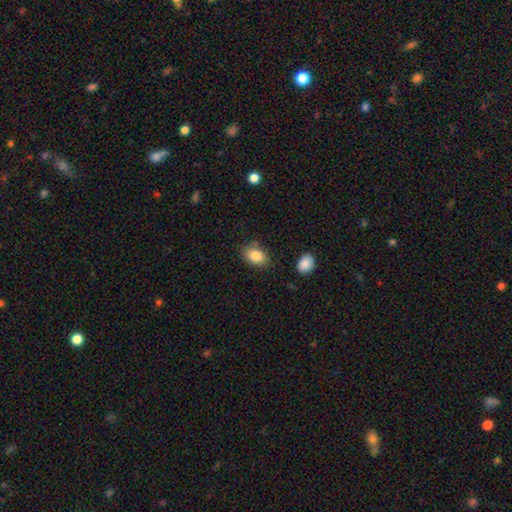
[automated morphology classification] Q: Smooth or featured?
A: smooth (86%); runner-up: star or artifact (7%)
Q: How rounded?
A: in between (88%); runner-up: round (11%)
Q: Merging?
A: none (78%); runner-up: minor disturbance (15%)